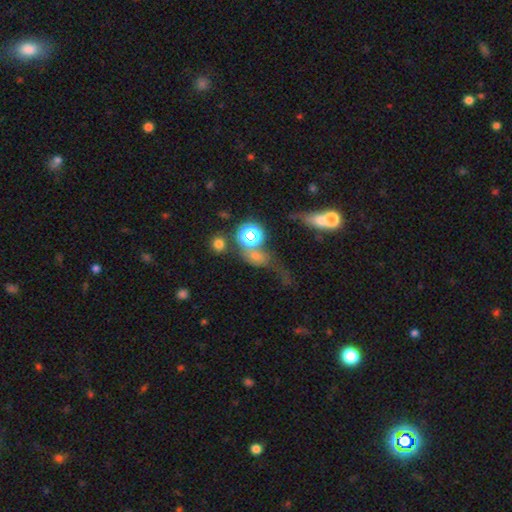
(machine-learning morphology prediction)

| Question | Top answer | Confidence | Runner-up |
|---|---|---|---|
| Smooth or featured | smooth | 52% | star or artifact (30%) |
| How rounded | round | 63% | in between (31%) |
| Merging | none | 43% | merger (23%) |